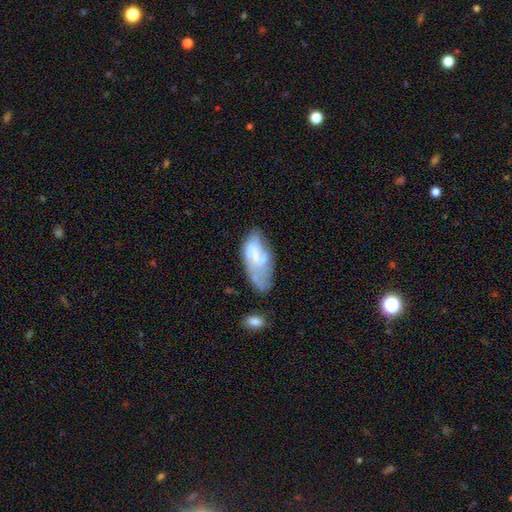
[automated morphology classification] Smooth or featured?
  - featured or disk: 55% *
  - smooth: 37%
  - star or artifact: 8%
Edge-on disk?
  - no: 95% *
  - yes: 5%
Bar?
  - no: 66% *
  - weak: 28%
  - strong: 6%
Spiral arms?
  - yes: 54% *
  - no: 46%
Bulge size?
  - small: 47% *
  - none: 24%
  - moderate: 24%
  - large: 4%
  - dominant: 1%
Merging?
  - none: 35% *
  - minor disturbance: 29%
  - major disturbance: 22%
  - merger: 14%